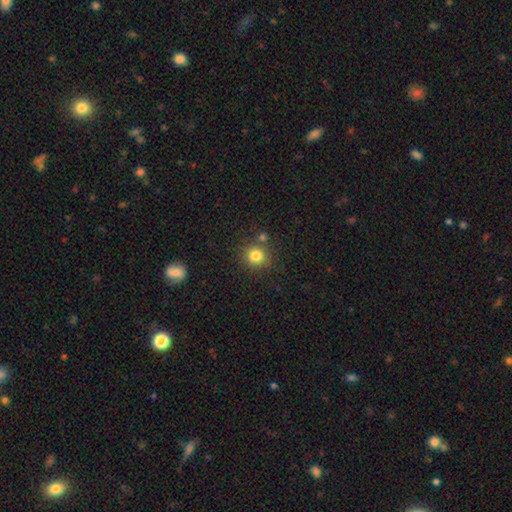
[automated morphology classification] Smooth or featured: smooth — 81% (star or artifact — 13%)
How rounded: round — 89% (in between — 10%)
Merging: none — 78% (merger — 10%)